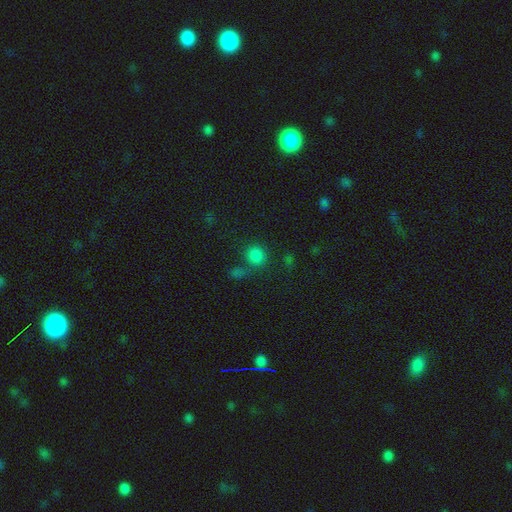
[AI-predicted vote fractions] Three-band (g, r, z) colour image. It shows a smooth galaxy with no disk features (78%) that is round (80%). Merging: none (61%).